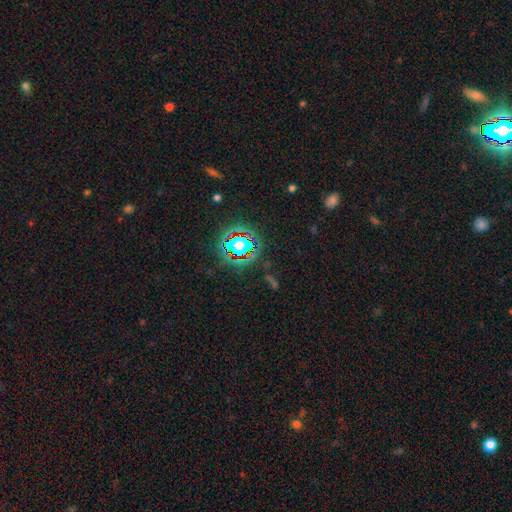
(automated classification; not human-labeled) A star or artifact, not a galaxy (79%).

Vote fractions:
- Smooth or featured? star or artifact: 79% / smooth: 13% / featured or disk: 8%